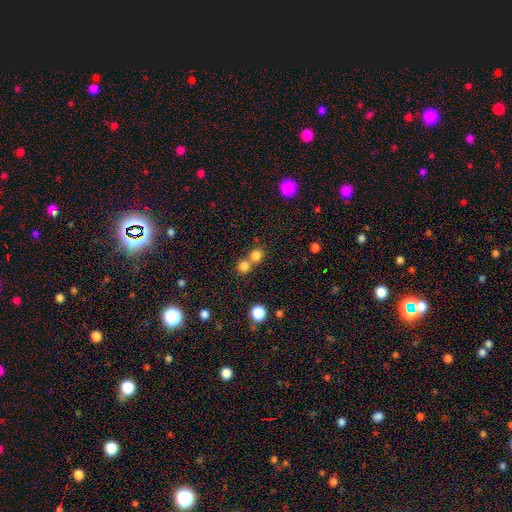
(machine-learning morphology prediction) This appears to be a smooth galaxy with no disk features (80%) that is round (88%). Merging: none (50%).